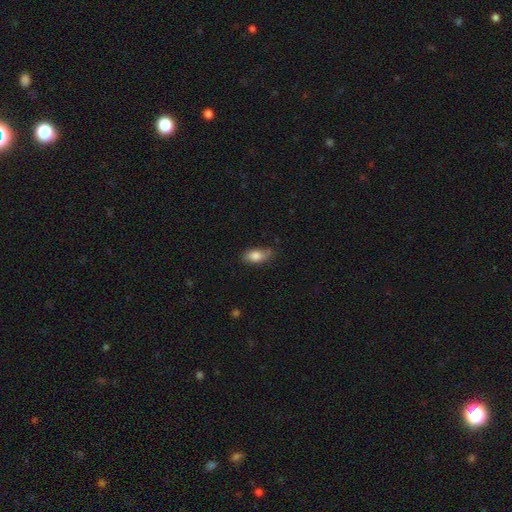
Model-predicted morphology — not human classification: smooth-or-featured: smooth: 82% | featured or disk: 11% | star or artifact: 7%
  how-rounded: in between: 88% | cigar-shaped: 7% | round: 5%
  merging: none: 66% | minor disturbance: 27% | major disturbance: 5% | merger: 2%